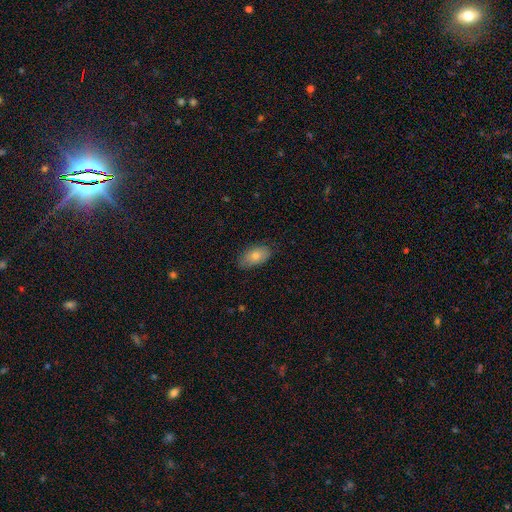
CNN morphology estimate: Smooth or featured? smooth (78%)
How rounded? in between (92%)
Merging? none (78%)